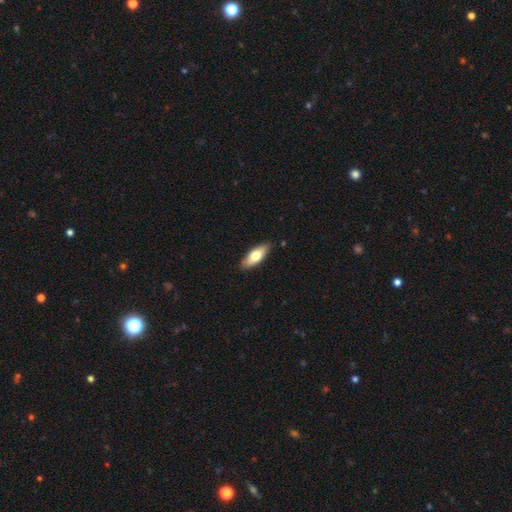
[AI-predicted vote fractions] This appears to be a smooth galaxy with no disk features (67%) that is in between round and cigar-shaped (70%). Merging: none (85%).